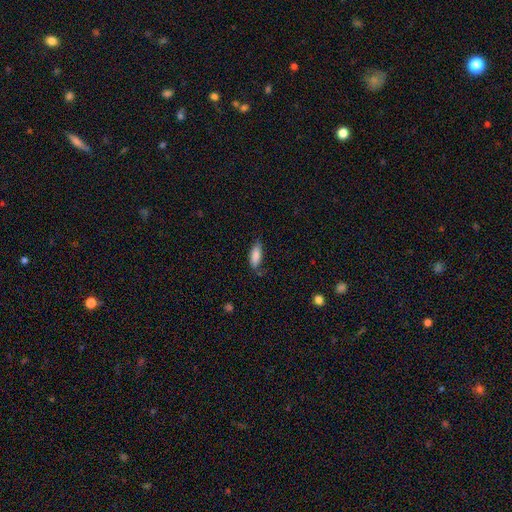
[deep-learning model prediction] A smooth galaxy with no disk features (85%) that is in between round and cigar-shaped (71%).

Vote fractions:
- Smooth or featured? smooth: 85% / featured or disk: 8% / star or artifact: 7%
- How rounded? in between: 71% / cigar-shaped: 27% / round: 2%
- Merging? none: 71% / minor disturbance: 22% / major disturbance: 5% / merger: 3%